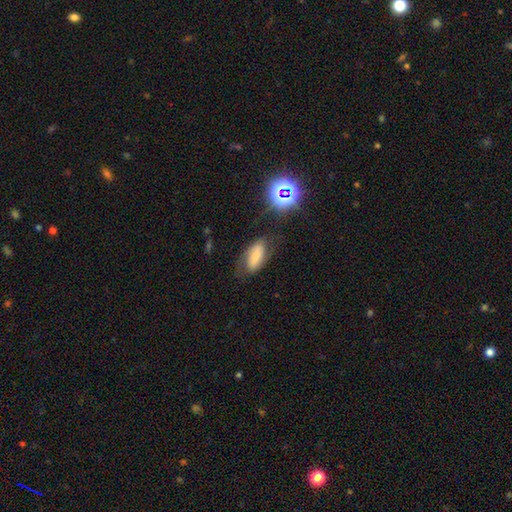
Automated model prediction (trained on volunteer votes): This appears to be a smooth galaxy with no disk features (54%) that is in between round and cigar-shaped (87%). Merging: none (61%).